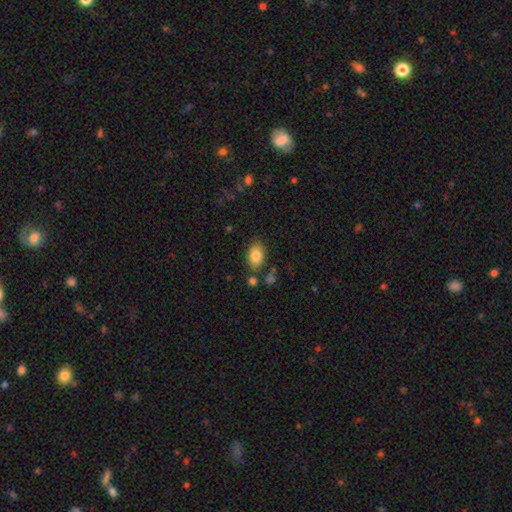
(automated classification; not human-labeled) Morphology: type=smooth (82%); roundness=in between (89%); merging=none (79%).